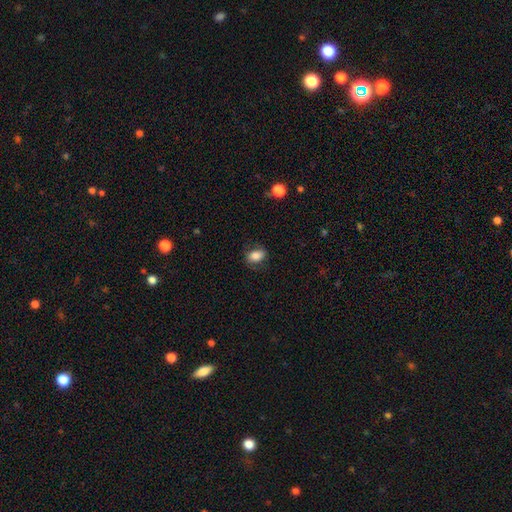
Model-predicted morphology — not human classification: smooth-or-featured: smooth: 82% | featured or disk: 9% | star or artifact: 8%
  how-rounded: in between: 78% | round: 20% | cigar-shaped: 2%
  merging: none: 76% | minor disturbance: 17% | major disturbance: 6% | merger: 1%